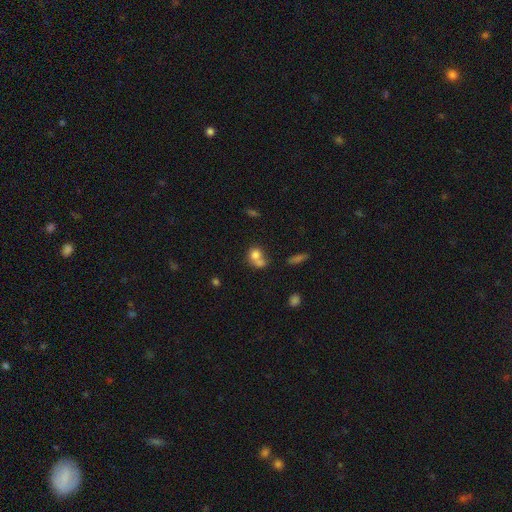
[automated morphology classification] The model was most divided on "merging": merger: 54%, none: 29%, minor disturbance: 10%, major disturbance: 8%. More confident: smooth or featured — smooth (74%); how rounded — round (63%).